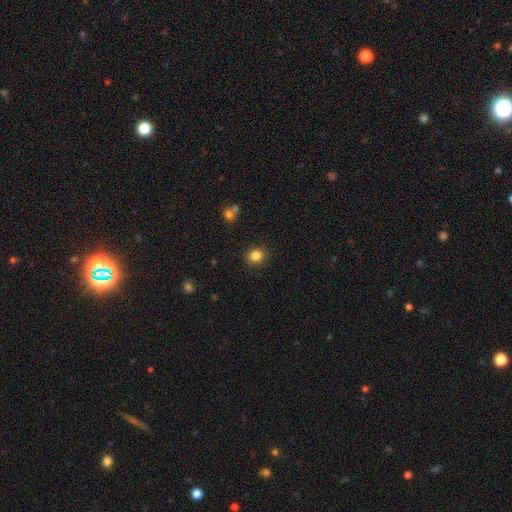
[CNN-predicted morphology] smooth 84%, star or artifact 11%, featured or disk 4%. Down the decision tree: how rounded — round (81%); merging — none (89%).